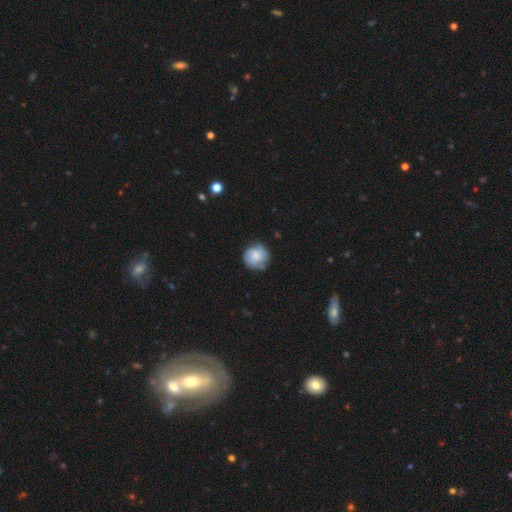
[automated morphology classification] type=smooth (60%); roundness=round (90%); merging=none (74%).